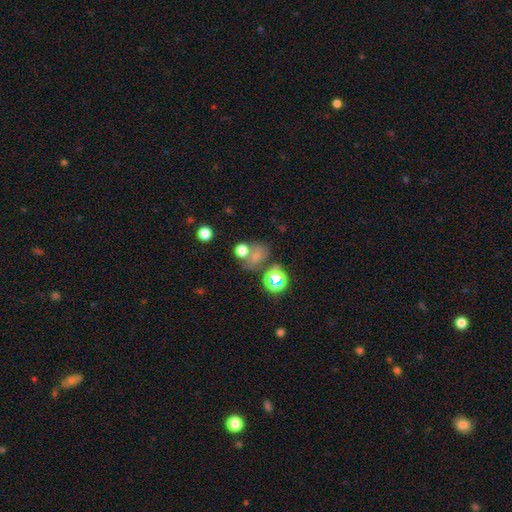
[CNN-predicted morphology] A smooth galaxy with no disk features (63%) that is round (55%).

Vote fractions:
- Smooth or featured? smooth: 63% / star or artifact: 24% / featured or disk: 13%
- How rounded? round: 55% / in between: 43% / cigar-shaped: 1%
- Merging? none: 48% / merger: 28% / minor disturbance: 14% / major disturbance: 9%